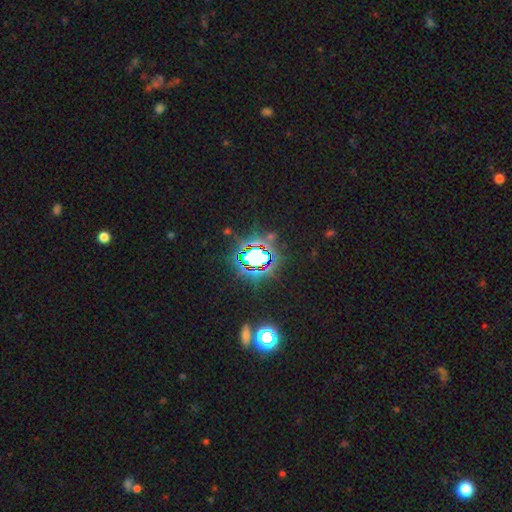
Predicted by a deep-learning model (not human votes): Smooth or featured: star or artifact — 77% (smooth — 14%)